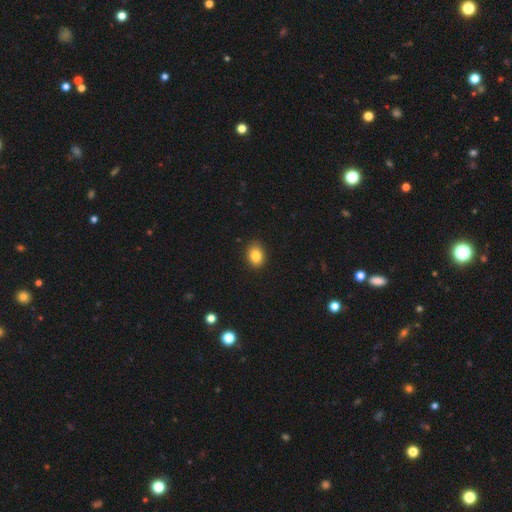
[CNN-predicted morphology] Overall: smooth (84%). How rounded: in between (64%; round 35%). Merging: none (86%).